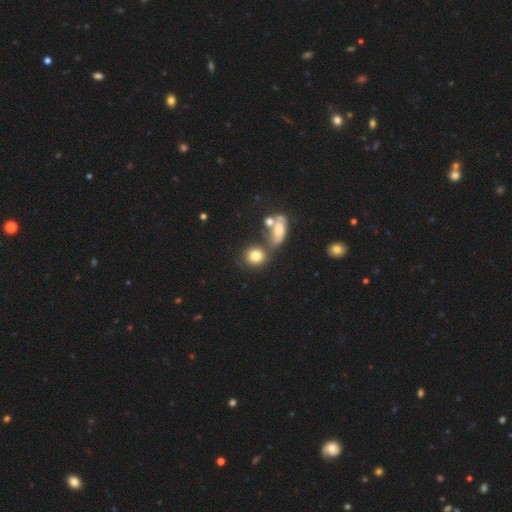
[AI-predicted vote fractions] Q: Smooth or featured?
A: smooth (76%); runner-up: featured or disk (13%)
Q: How rounded?
A: round (78%); runner-up: in between (20%)
Q: Merging?
A: none (52%); runner-up: merger (29%)